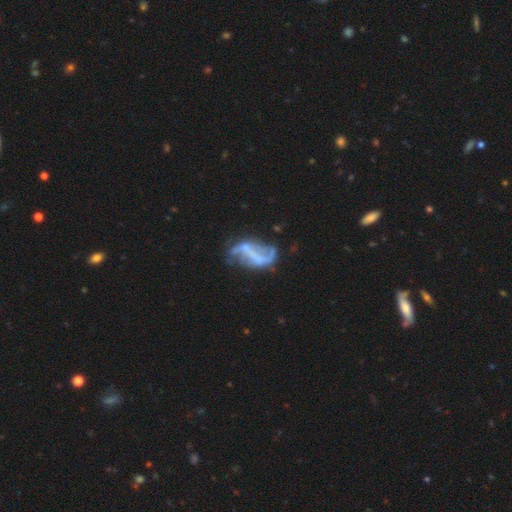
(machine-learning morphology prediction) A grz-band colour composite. It shows a featured or disk galaxy (77%) with a strong bar (39%), 2 (79%) loose (82%) spiral arms (73%) and no central bulge (65%). Merging: none (41%).